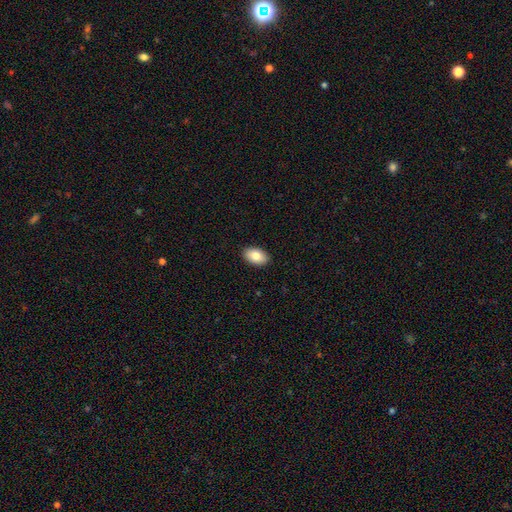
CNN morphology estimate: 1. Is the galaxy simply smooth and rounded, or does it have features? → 84% smooth, 9% featured or disk, 7% star or artifact.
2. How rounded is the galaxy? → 93% in between, 6% round, 1% cigar-shaped.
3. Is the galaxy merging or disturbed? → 91% none, 7% minor disturbance, 2% major disturbance, 1% merger.